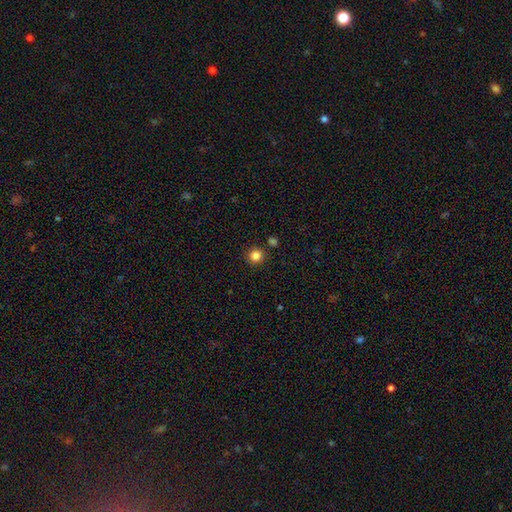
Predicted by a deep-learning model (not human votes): Smooth or featured?
  - smooth: 84% *
  - star or artifact: 12%
  - featured or disk: 4%
How rounded?
  - round: 94% *
  - in between: 5%
  - cigar-shaped: 1%
Merging?
  - none: 89% *
  - minor disturbance: 5%
  - merger: 3%
  - major disturbance: 2%